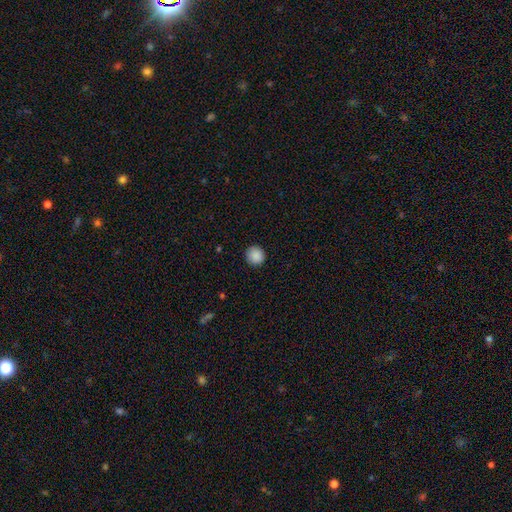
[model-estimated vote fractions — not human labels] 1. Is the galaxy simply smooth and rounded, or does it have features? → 89% smooth, 8% star or artifact, 3% featured or disk.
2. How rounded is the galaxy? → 93% round, 6% in between, 1% cigar-shaped.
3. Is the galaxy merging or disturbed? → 91% none, 6% minor disturbance, 2% major disturbance, 1% merger.